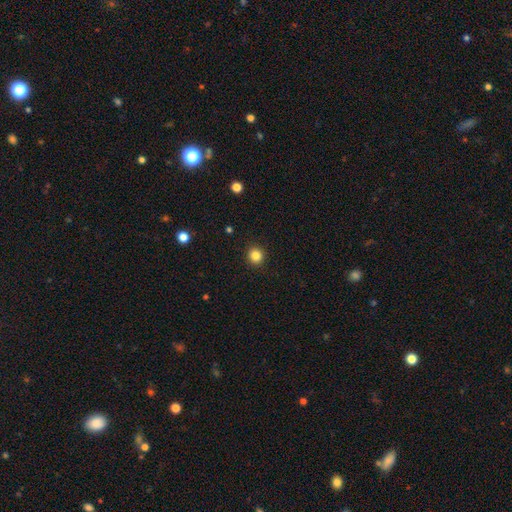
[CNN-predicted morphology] Q: Smooth or featured?
A: smooth (84%); runner-up: star or artifact (11%)
Q: How rounded?
A: round (92%); runner-up: in between (7%)
Q: Merging?
A: none (92%); runner-up: minor disturbance (5%)